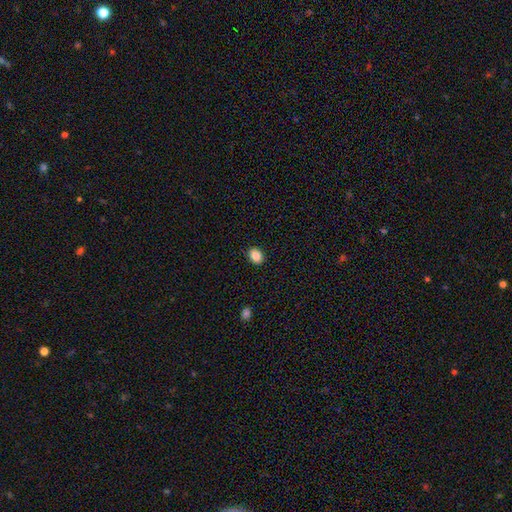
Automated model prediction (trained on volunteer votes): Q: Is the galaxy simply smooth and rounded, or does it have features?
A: smooth — 88%.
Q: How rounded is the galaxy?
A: in between — 64%.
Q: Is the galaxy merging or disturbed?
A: none — 90%.